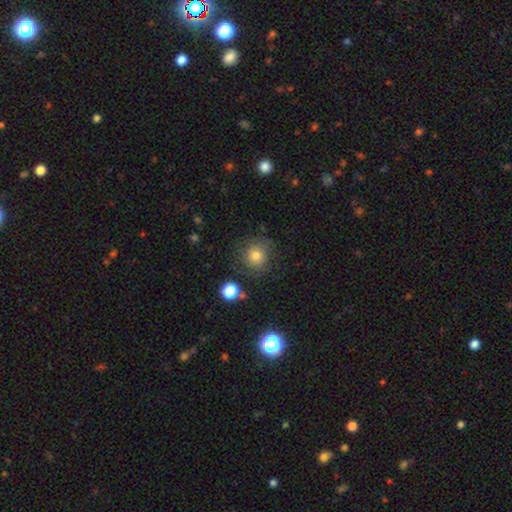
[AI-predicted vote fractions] A smooth galaxy with no disk features (66%) that is round (90%).

Vote fractions:
- Smooth or featured? smooth: 66% / featured or disk: 22% / star or artifact: 13%
- How rounded? round: 90% / in between: 9% / cigar-shaped: 1%
- Merging? none: 71% / minor disturbance: 17% / major disturbance: 10% / merger: 2%